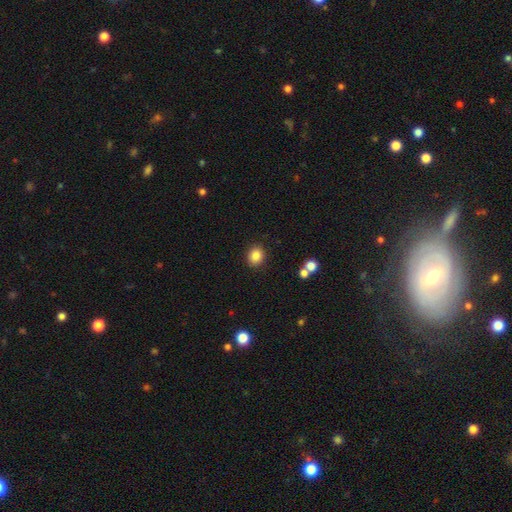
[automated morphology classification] This is clearly a smooth galaxy (85%). How rounded: likely round (69%). Merging: clearly none (89%).